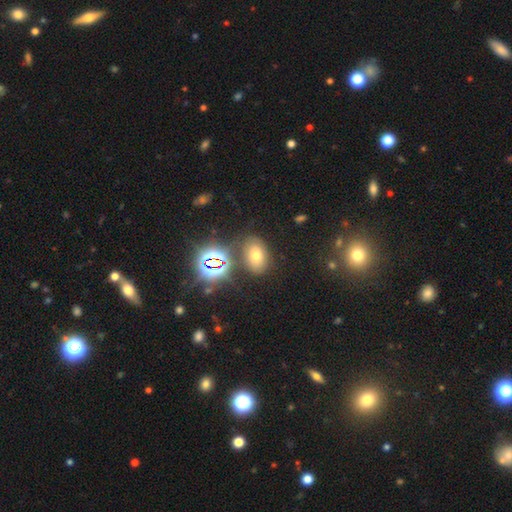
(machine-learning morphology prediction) A smooth galaxy with no disk features (58%) that is in between round and cigar-shaped (78%).

Vote fractions:
- Smooth or featured? smooth: 58% / star or artifact: 29% / featured or disk: 14%
- How rounded? in between: 78% / round: 20% / cigar-shaped: 2%
- Merging? none: 77% / minor disturbance: 12% / merger: 6% / major disturbance: 5%